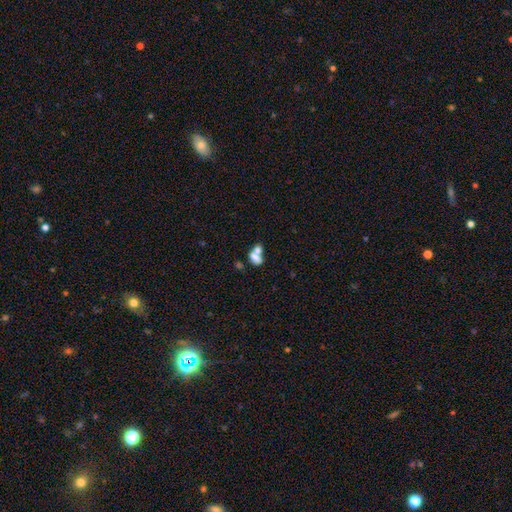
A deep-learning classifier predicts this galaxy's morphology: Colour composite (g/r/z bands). It shows a smooth galaxy with no disk features (70%) that is in between round and cigar-shaped (77%). Merging: merger (68%).